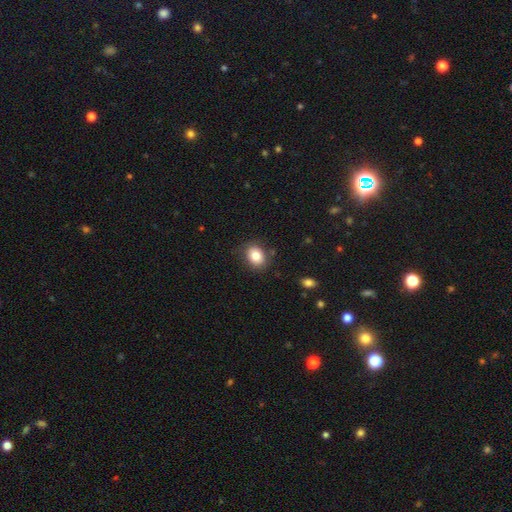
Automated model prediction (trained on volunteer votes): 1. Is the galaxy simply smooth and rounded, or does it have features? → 82% smooth, 9% star or artifact, 9% featured or disk.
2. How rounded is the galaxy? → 55% in between, 44% round, 1% cigar-shaped.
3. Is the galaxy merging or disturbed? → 84% none, 11% minor disturbance, 3% major disturbance, 2% merger.